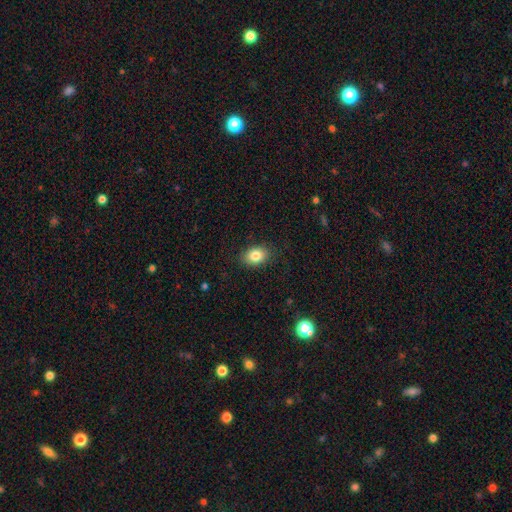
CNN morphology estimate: Smooth or featured? smooth (83%)
How rounded? in between (73%)
Merging? none (87%)